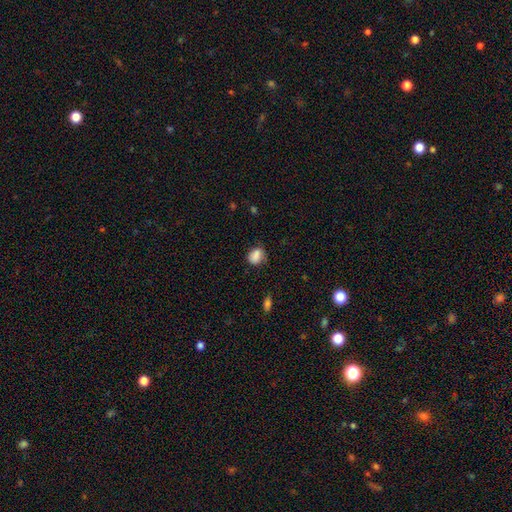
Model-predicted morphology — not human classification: Q: Smooth or featured?
A: smooth (84%); runner-up: star or artifact (9%)
Q: How rounded?
A: in between (53%); runner-up: round (45%)
Q: Merging?
A: none (62%); runner-up: minor disturbance (27%)